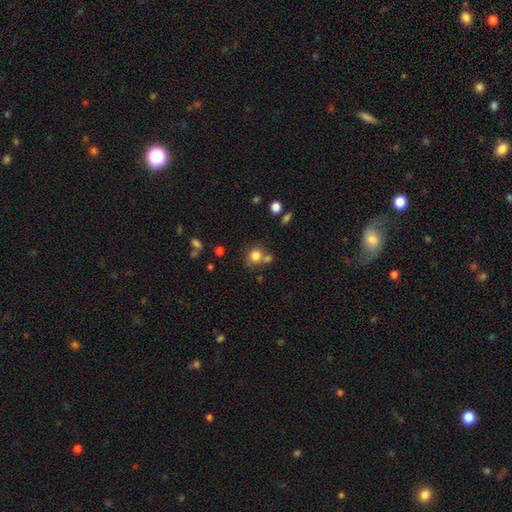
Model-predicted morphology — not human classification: smooth 80%, star or artifact 12%, featured or disk 8%. Down the decision tree: how rounded — round (76%); merging — none (53%).